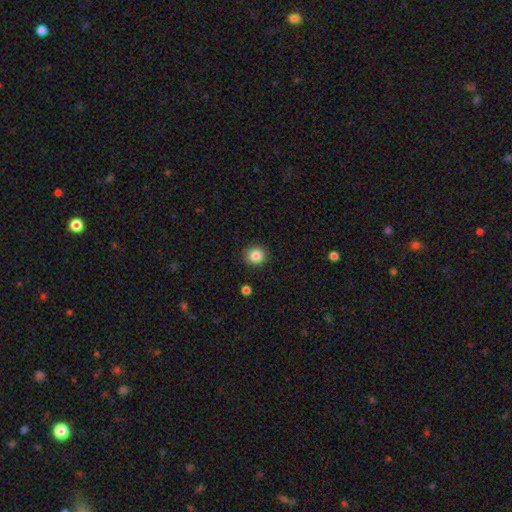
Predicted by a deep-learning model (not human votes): A smooth galaxy with no disk features (85%) that is round (91%). Merging: none (91%).